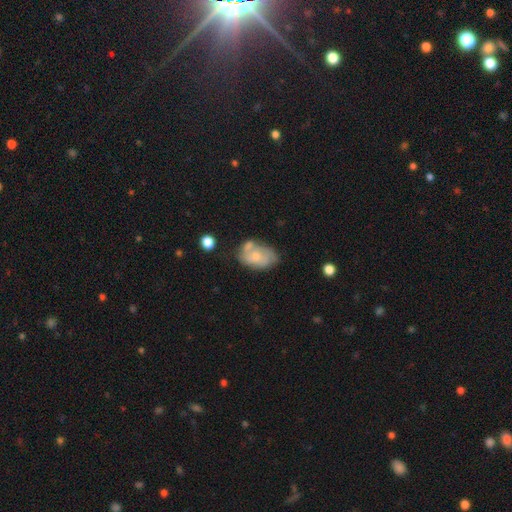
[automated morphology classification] Q: Smooth or featured?
A: smooth (48%); runner-up: featured or disk (45%)
Q: Merging?
A: none (40%); runner-up: minor disturbance (29%)